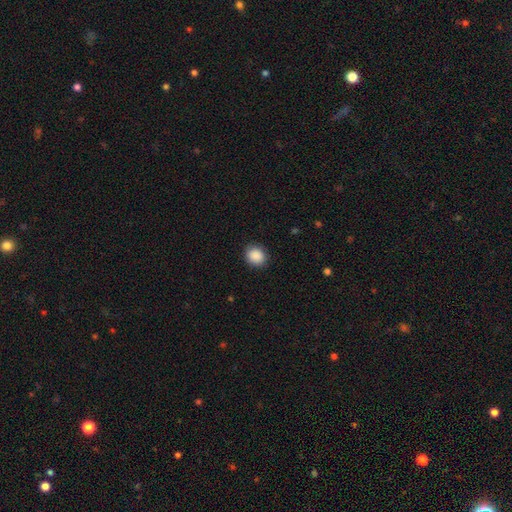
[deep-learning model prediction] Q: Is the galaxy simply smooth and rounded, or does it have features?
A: smooth — 89%.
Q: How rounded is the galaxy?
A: round — 74%.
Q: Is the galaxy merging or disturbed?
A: none — 89%.